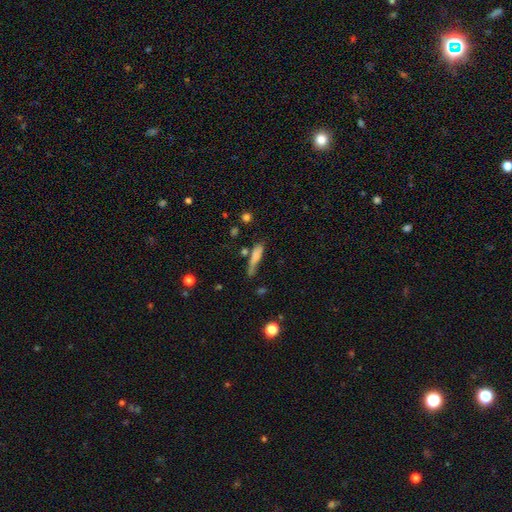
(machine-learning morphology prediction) Q: Smooth or featured?
A: smooth (73%); runner-up: featured or disk (18%)
Q: How rounded?
A: cigar-shaped (77%); runner-up: in between (21%)
Q: Merging?
A: none (46%); runner-up: minor disturbance (29%)